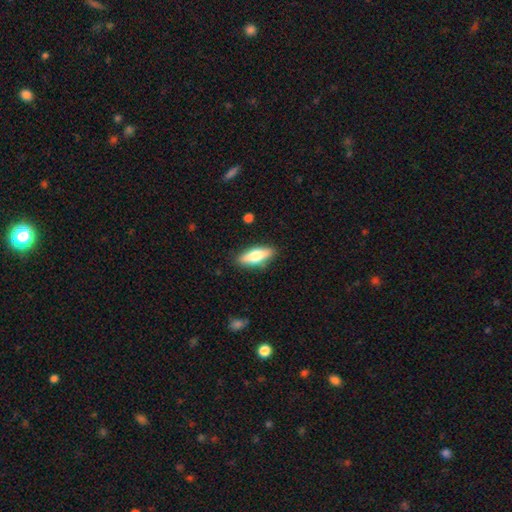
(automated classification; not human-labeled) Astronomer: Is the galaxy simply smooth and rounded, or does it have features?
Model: smooth — 59% (runner-up: featured or disk, 35%).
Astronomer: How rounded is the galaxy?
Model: in between — 57% (runner-up: cigar-shaped, 40%).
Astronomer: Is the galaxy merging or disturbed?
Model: none — 86%.